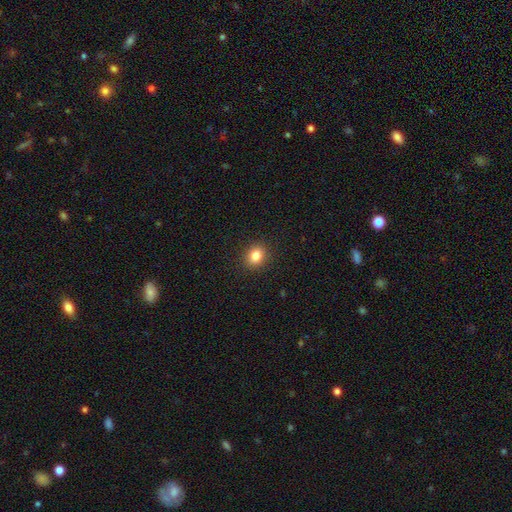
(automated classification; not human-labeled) Morphology: type=smooth (83%); roundness=round (67%); merging=none (91%).